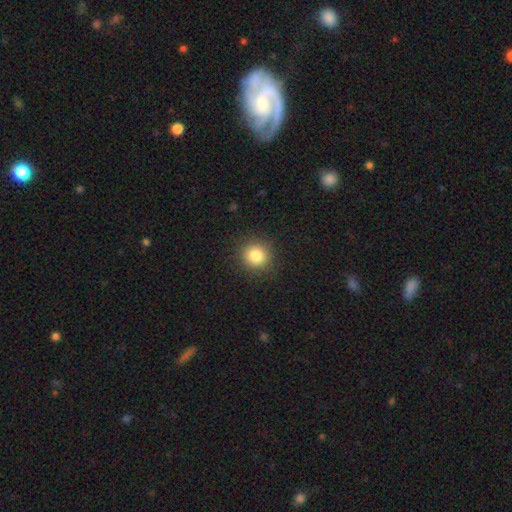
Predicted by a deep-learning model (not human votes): A smooth galaxy with no disk features (83%) that is round (90%).

Vote fractions:
- Smooth or featured? smooth: 83% / star or artifact: 11% / featured or disk: 6%
- How rounded? round: 90% / in between: 9% / cigar-shaped: 1%
- Merging? none: 90% / minor disturbance: 7% / major disturbance: 2% / merger: 1%